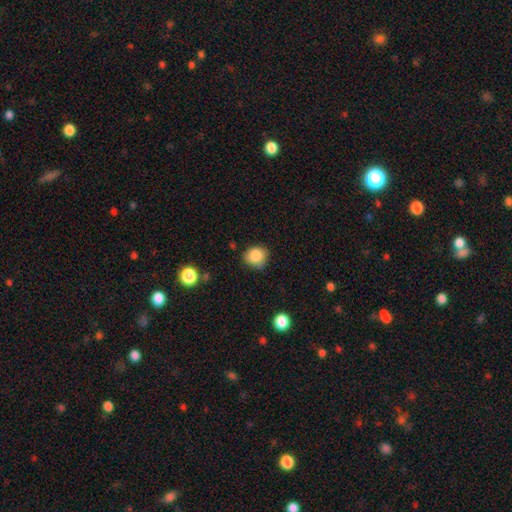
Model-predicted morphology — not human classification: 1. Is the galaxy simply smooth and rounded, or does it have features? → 85% smooth, 10% star or artifact, 5% featured or disk.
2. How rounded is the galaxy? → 77% round, 23% in between, 1% cigar-shaped.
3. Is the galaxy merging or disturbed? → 74% none, 20% minor disturbance, 4% major disturbance, 2% merger.